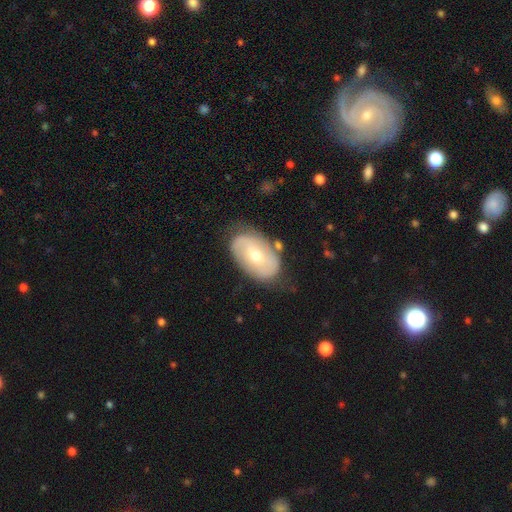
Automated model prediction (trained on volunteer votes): Smooth or featured? Predicted: featured or disk (p=0.62). Edge-on disk? Predicted: no (p=0.94). Bar? Predicted: no (p=0.50). Spiral arms? Predicted: yes (p=0.70). Bulge size? Predicted: moderate (p=0.59). Merging? Predicted: none (p=0.70).